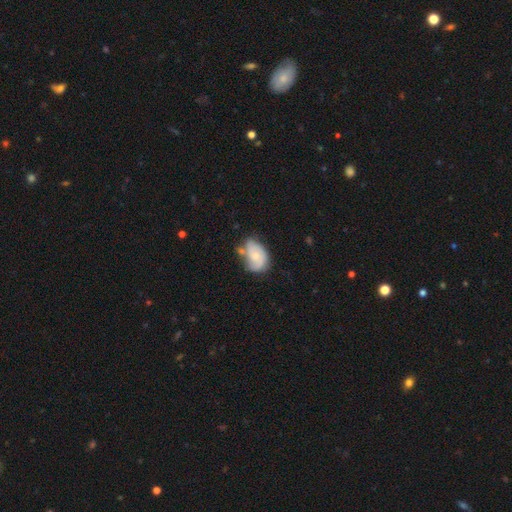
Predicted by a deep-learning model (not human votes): Morphology: type=featured or disk (51%); edge-on=no (97%); merging=none (41%).